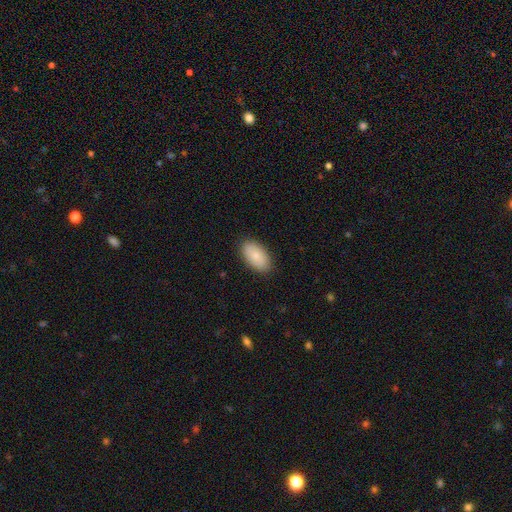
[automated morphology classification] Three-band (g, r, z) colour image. It shows a smooth galaxy with no disk features (83%) that is in between round and cigar-shaped (95%). Merging: none (87%).